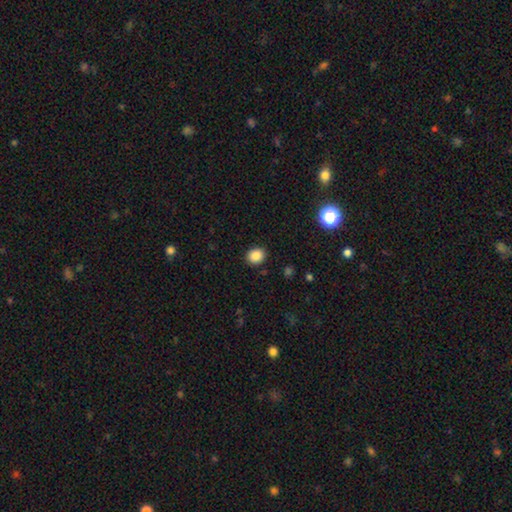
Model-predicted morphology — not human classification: Smooth or featured? Predicted: smooth (p=0.87). How rounded? Predicted: round (p=0.70). Merging? Predicted: none (p=0.90).